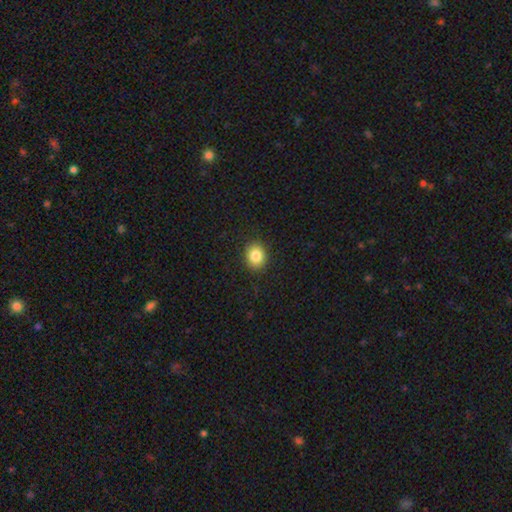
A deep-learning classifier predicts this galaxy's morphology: A smooth galaxy with no disk features (84%) that is round (63%).

Vote fractions:
- Smooth or featured? smooth: 84% / star or artifact: 10% / featured or disk: 6%
- How rounded? round: 63% / in between: 36% / cigar-shaped: 1%
- Merging? none: 89% / minor disturbance: 8% / major disturbance: 2% / merger: 1%